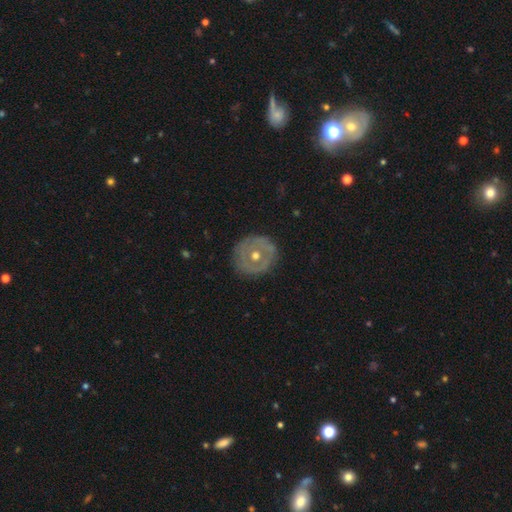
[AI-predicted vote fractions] Smooth or featured: featured or disk — 63% (smooth — 30%)
Edge-on disk: no — 95% (yes — 5%)
Bar: no — 81% (weak — 13%)
Spiral arms: no — 72% (yes — 28%)
Bulge size: moderate — 73% (small — 22%)
Merging: none — 83% (minor disturbance — 12%)